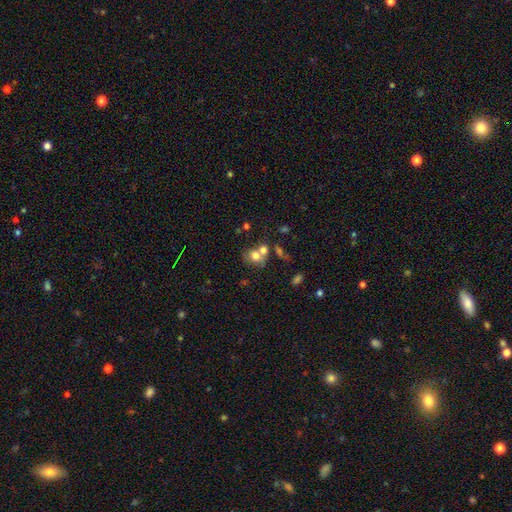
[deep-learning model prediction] smooth_or_featured: smooth (p=0.68) [alt: featured or disk p=0.19]
how_rounded: round (p=0.56) [alt: in between p=0.43]
merging: merger (p=0.49) [alt: none p=0.36]